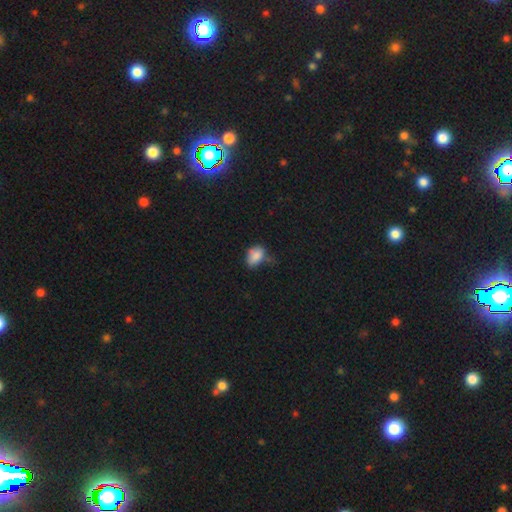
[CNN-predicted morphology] smooth_or_featured: smooth (p=0.81) [alt: star or artifact p=0.10]
how_rounded: in between (p=0.82) [alt: round p=0.16]
merging: none (p=0.39) [alt: minor disturbance p=0.38]